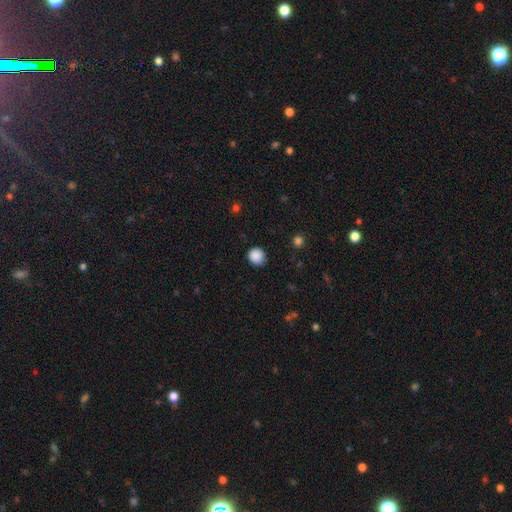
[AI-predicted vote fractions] smooth-or-featured: smooth: 88% | star or artifact: 9% | featured or disk: 3%
  how-rounded: round: 83% | in between: 16% | cigar-shaped: 1%
  merging: none: 84% | minor disturbance: 12% | major disturbance: 3% | merger: 1%